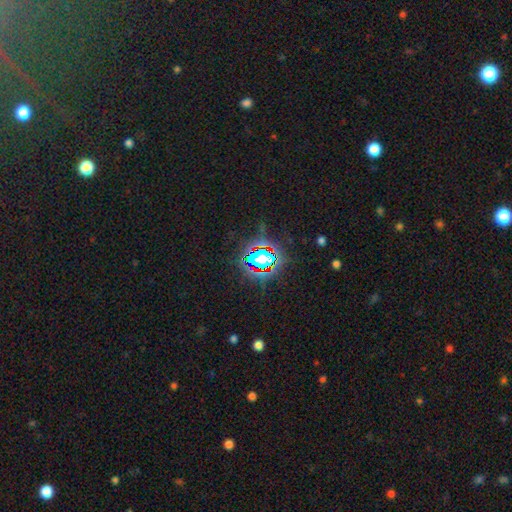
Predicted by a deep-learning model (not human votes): star or artifact 71%, smooth 17%, featured or disk 12%.